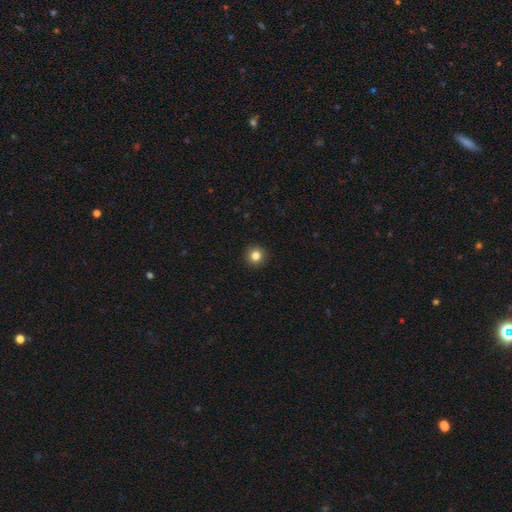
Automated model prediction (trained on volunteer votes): Smooth or featured: smooth — 83% (star or artifact — 11%)
How rounded: round — 93% (in between — 6%)
Merging: none — 93% (minor disturbance — 5%)